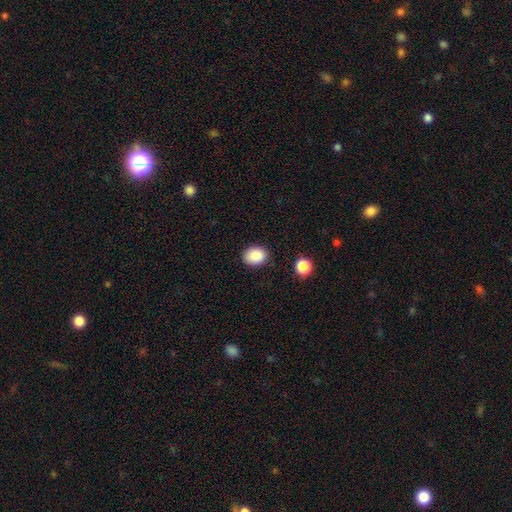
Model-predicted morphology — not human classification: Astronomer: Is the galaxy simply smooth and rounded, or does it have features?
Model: smooth — 88%.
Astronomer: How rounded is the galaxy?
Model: in between — 58% (runner-up: round, 42%).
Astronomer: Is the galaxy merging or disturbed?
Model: none — 86%.